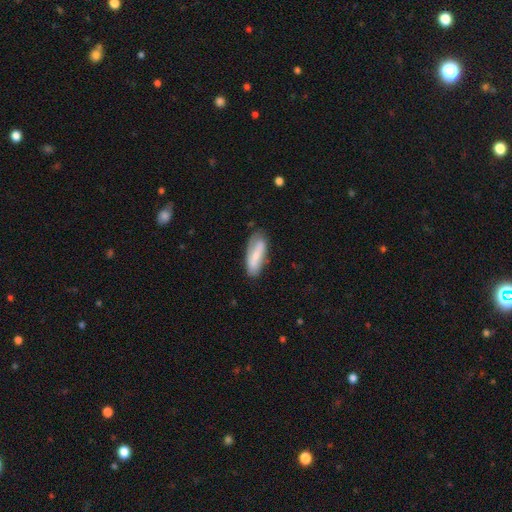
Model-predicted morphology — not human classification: A smooth galaxy with no disk features (66%) that is in between round and cigar-shaped (62%).

Vote fractions:
- Smooth or featured? smooth: 66% / featured or disk: 28% / star or artifact: 6%
- How rounded? in between: 62% / cigar-shaped: 36% / round: 2%
- Merging? none: 69% / minor disturbance: 23% / major disturbance: 6% / merger: 2%